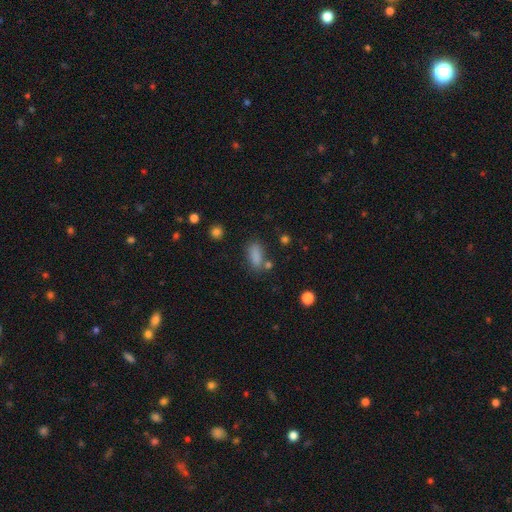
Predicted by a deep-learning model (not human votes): smooth_or_featured: smooth (p=0.82) [alt: star or artifact p=0.12]
how_rounded: in between (p=0.80) [alt: cigar-shaped p=0.14]
merging: none (p=0.63) [alt: minor disturbance p=0.18]